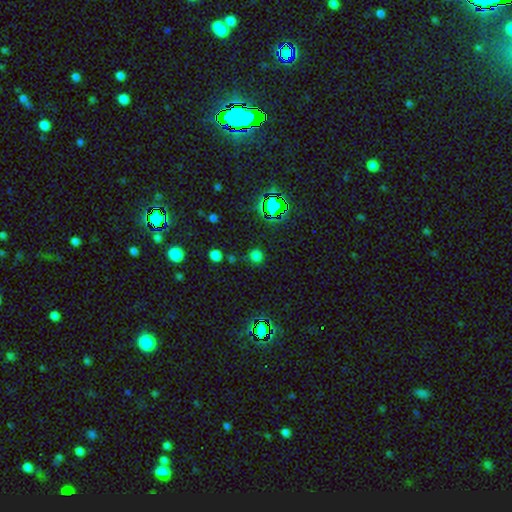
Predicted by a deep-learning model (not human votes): A smooth galaxy with no disk features (63%) that is round (86%). Merging: none (79%).